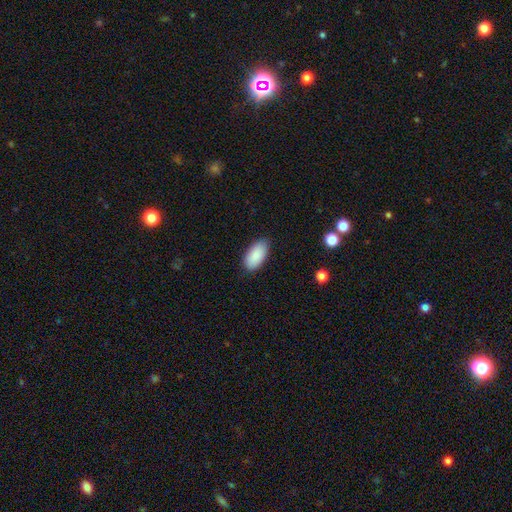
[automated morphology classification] The model was most divided on "merging": none: 85%, minor disturbance: 12%, major disturbance: 2%, merger: 1%. More confident: how rounded — in between (95%); smooth or featured — smooth (89%).